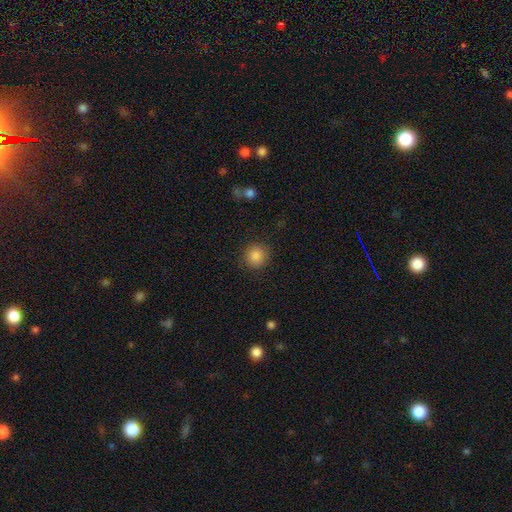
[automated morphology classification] type=smooth (87%); roundness=round (90%); merging=none (88%).